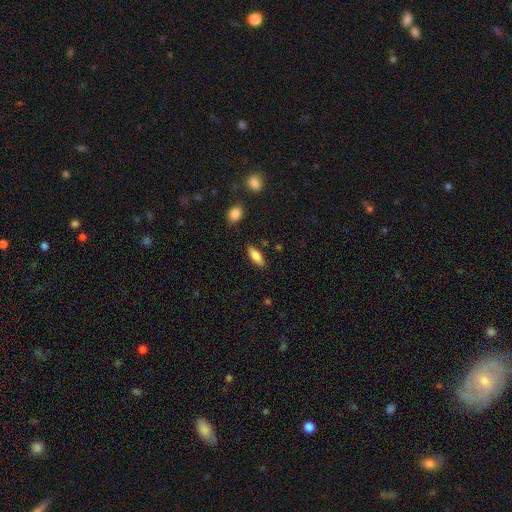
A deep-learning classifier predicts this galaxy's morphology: Overall: smooth (76%). How rounded: in between (66%; cigar-shaped 31%). Merging: none (85%).